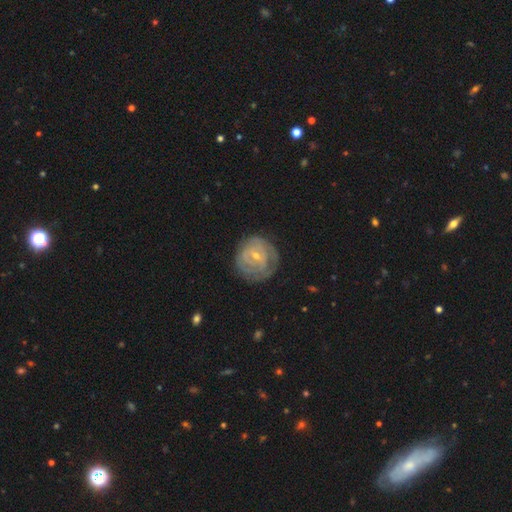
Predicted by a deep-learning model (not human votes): The model was most divided on "bar": weak: 47%, no: 40%, strong: 13%. Remaining: edge-on disk — no (97%); spiral arms — yes (83%); smooth or featured — featured or disk (74%); spiral winding — tight (73%); merging — none (69%); bulge size — small (61%); spiral arm count — can't tell (48%).